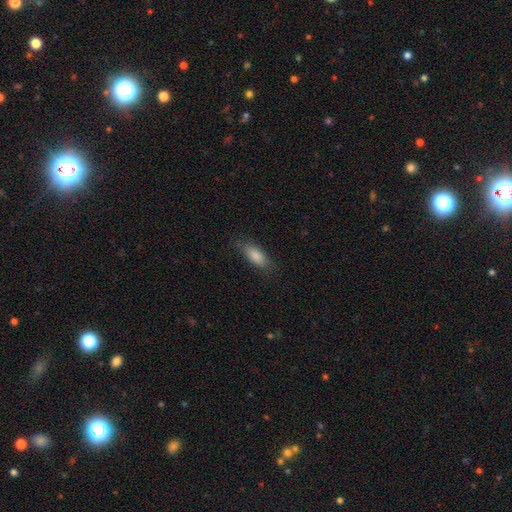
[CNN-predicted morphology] Overall: smooth (86%). How rounded: in between (80%). Merging: none (80%).